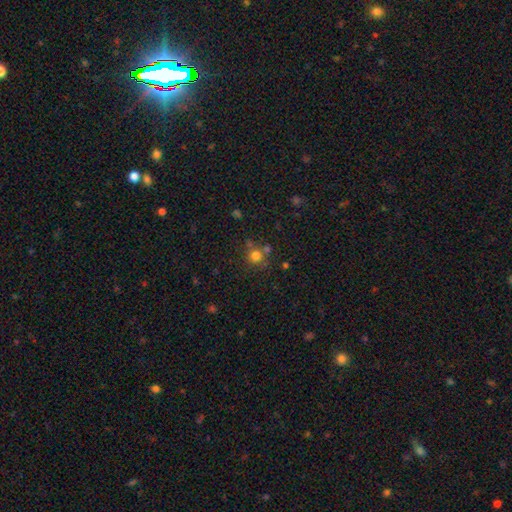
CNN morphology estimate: Q: Smooth or featured?
A: smooth (76%); runner-up: star or artifact (16%)
Q: How rounded?
A: round (92%); runner-up: in between (8%)
Q: Merging?
A: none (68%); runner-up: merger (18%)